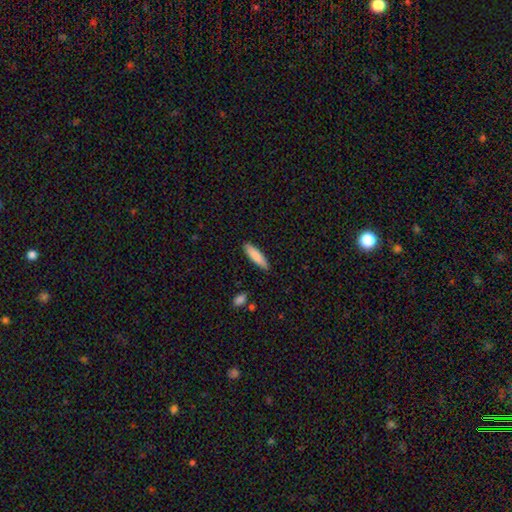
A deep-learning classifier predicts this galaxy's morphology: smooth-or-featured: smooth: 83% | featured or disk: 11% | star or artifact: 6%
  how-rounded: cigar-shaped: 73% | in between: 25% | round: 1%
  merging: none: 88% | minor disturbance: 9% | major disturbance: 2% | merger: 1%